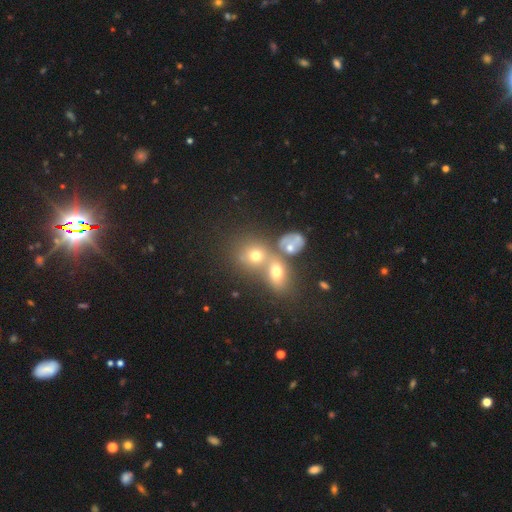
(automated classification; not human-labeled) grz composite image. It shows a smooth galaxy with no disk features (66%) that is round (65%). Merging: merger (49%).